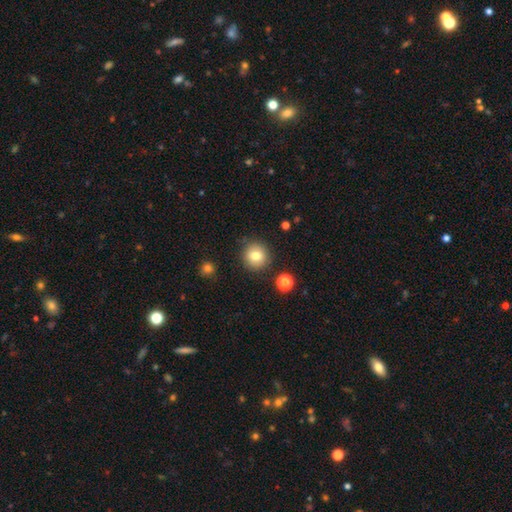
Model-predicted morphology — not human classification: smooth-or-featured: smooth: 79% | featured or disk: 11% | star or artifact: 11%
  how-rounded: round: 93% | in between: 6% | cigar-shaped: 1%
  merging: none: 87% | minor disturbance: 8% | merger: 3% | major disturbance: 3%